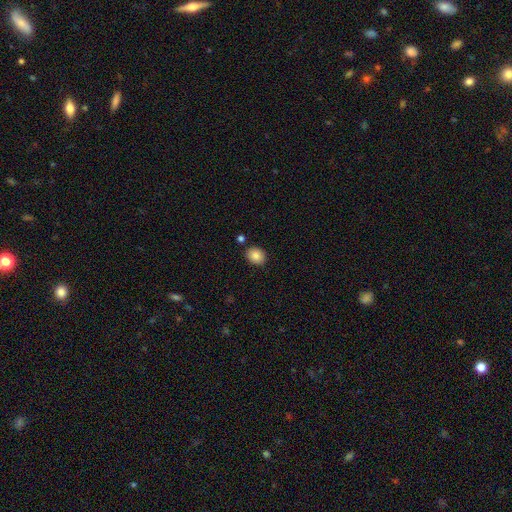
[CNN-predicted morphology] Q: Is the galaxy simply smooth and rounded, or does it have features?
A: smooth — 86%.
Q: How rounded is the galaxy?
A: in between — 51%.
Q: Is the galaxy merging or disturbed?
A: none — 83%.